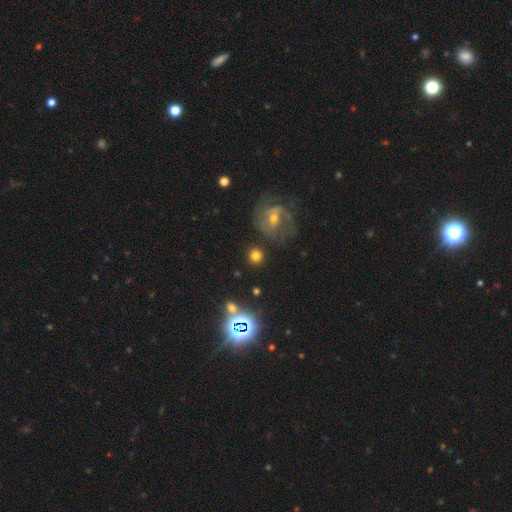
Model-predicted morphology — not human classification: Overall: smooth (70%). How rounded: round (90%). Merging: none (83%).